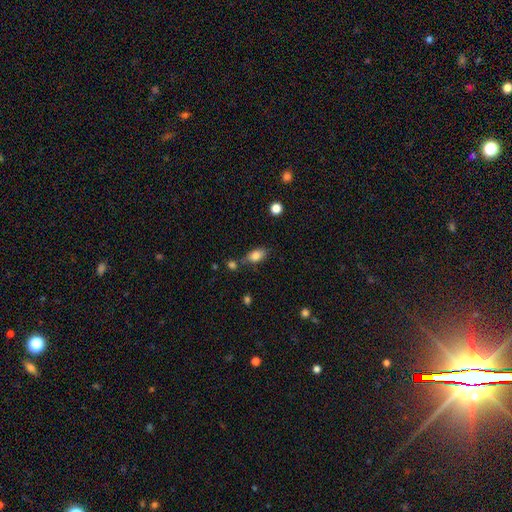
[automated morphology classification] smooth-or-featured: smooth: 81% | featured or disk: 10% | star or artifact: 9%
  how-rounded: in between: 86% | round: 8% | cigar-shaped: 6%
  merging: none: 63% | minor disturbance: 17% | merger: 15% | major disturbance: 5%